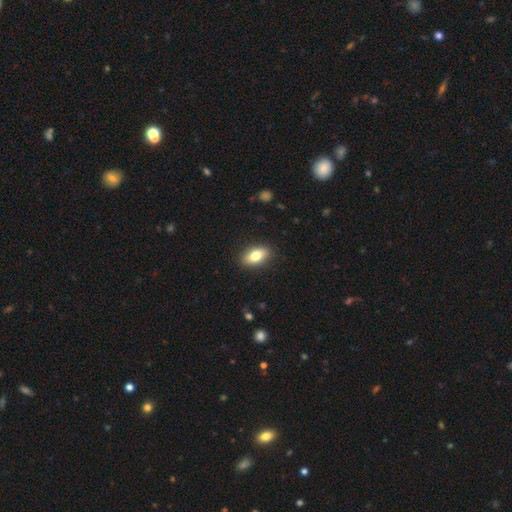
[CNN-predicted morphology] Overall: smooth (78%). How rounded: in between (87%). Merging: none (88%).